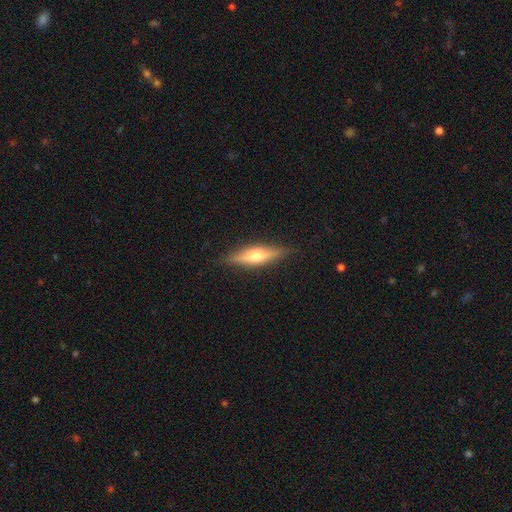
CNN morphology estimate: Smooth or featured: featured or disk — 59% (smooth — 34%)
Edge-on disk: yes — 94% (no — 6%)
Edge-on bulge: rounded — 89% (boxy — 6%)
Merging: none — 88% (minor disturbance — 9%)